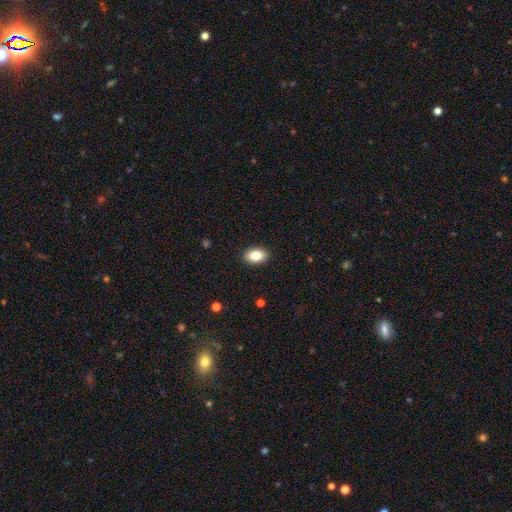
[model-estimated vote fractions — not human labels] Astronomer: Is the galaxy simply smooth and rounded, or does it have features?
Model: smooth — 84%.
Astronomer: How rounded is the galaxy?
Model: in between — 84%.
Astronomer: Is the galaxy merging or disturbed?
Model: none — 90%.